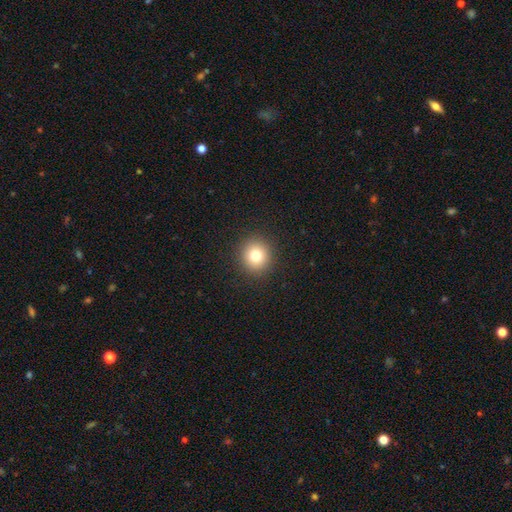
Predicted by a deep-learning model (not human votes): Morphology: type=smooth (79%); roundness=round (91%); merging=none (92%).